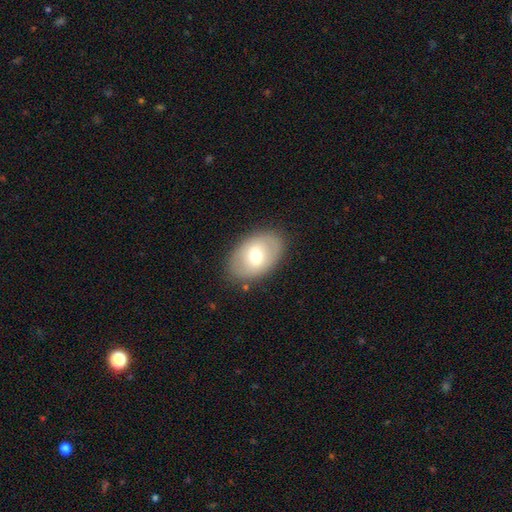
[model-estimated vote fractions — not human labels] Smooth or featured?
  - smooth: 59% *
  - featured or disk: 33%
  - star or artifact: 7%
How rounded?
  - in between: 83% *
  - round: 15%
  - cigar-shaped: 1%
Merging?
  - none: 84% *
  - minor disturbance: 11%
  - major disturbance: 3%
  - merger: 1%